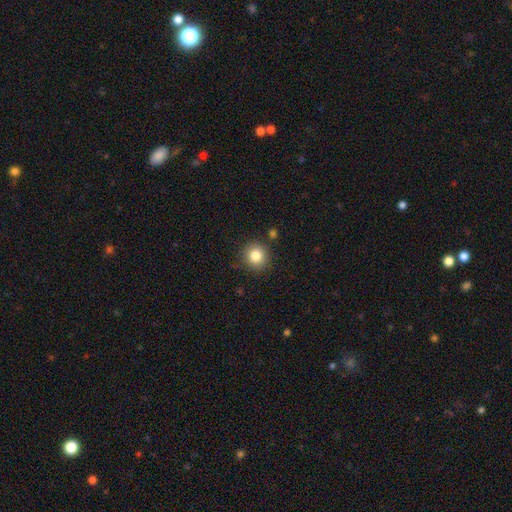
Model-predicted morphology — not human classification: Smooth or featured? smooth (83%)
How rounded? round (91%)
Merging? none (85%)